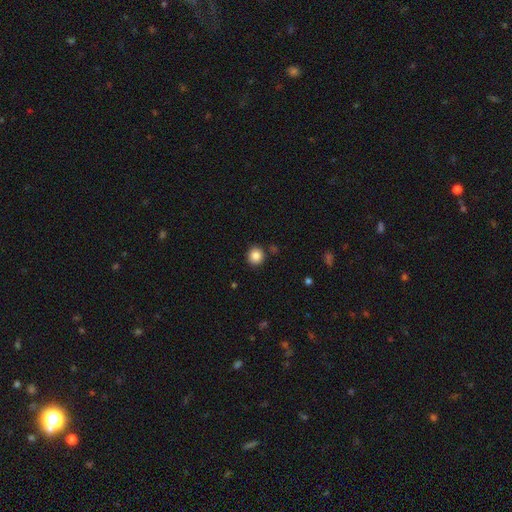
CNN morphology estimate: type=smooth (85%); roundness=round (88%); merging=none (89%).